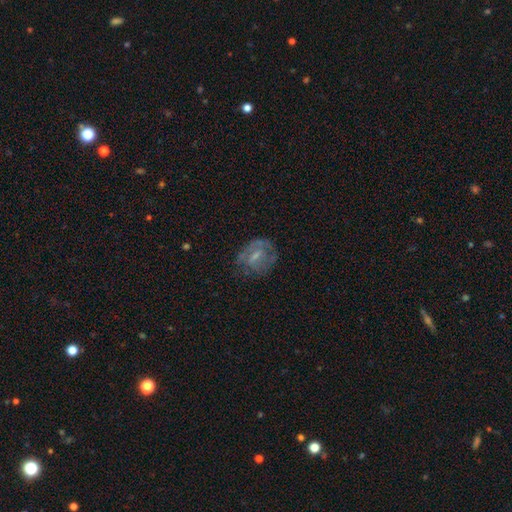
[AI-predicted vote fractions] Smooth or featured?
  - featured or disk: 62% *
  - smooth: 29%
  - star or artifact: 9%
Edge-on disk?
  - no: 96% *
  - yes: 4%
Bar?
  - weak: 49% *
  - no: 34%
  - strong: 16%
Spiral arms?
  - yes: 60% *
  - no: 40%
Bulge size?
  - small: 50% *
  - moderate: 27%
  - none: 20%
  - large: 2%
  - dominant: 1%
Merging?
  - none: 58% *
  - minor disturbance: 23%
  - major disturbance: 17%
  - merger: 2%